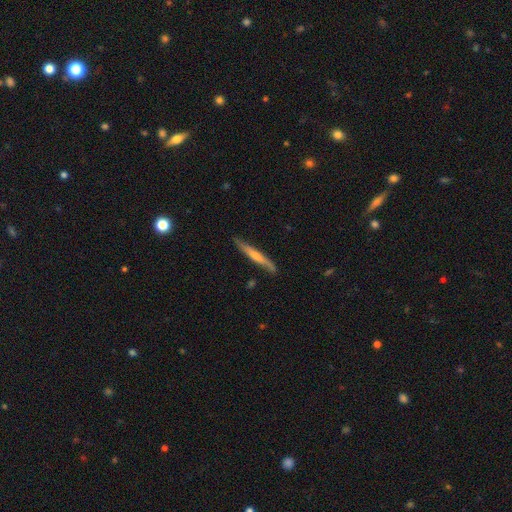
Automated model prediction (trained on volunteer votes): smooth-or-featured: featured or disk: 64% | smooth: 30% | star or artifact: 6%
  disk-edge-on: yes: 95% | no: 5%
    edge-on-bulge: rounded: 64% | none: 28% | boxy: 7%
  merging: none: 86% | minor disturbance: 10% | major disturbance: 2% | merger: 1%